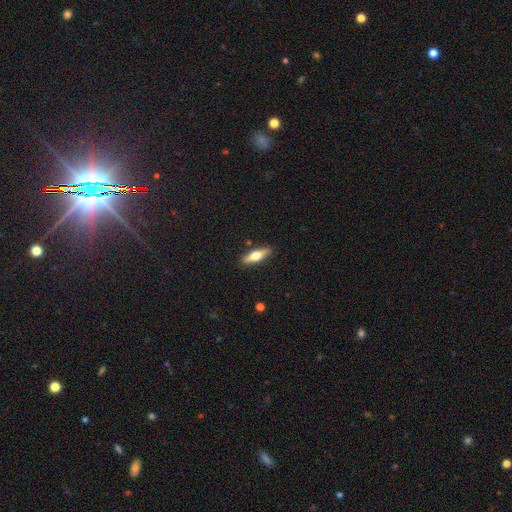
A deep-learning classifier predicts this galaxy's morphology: smooth-or-featured: smooth: 54% | featured or disk: 40% | star or artifact: 6%
  how-rounded: cigar-shaped: 61% | in between: 37% | round: 2%
  merging: none: 88% | minor disturbance: 8% | major disturbance: 2% | merger: 2%